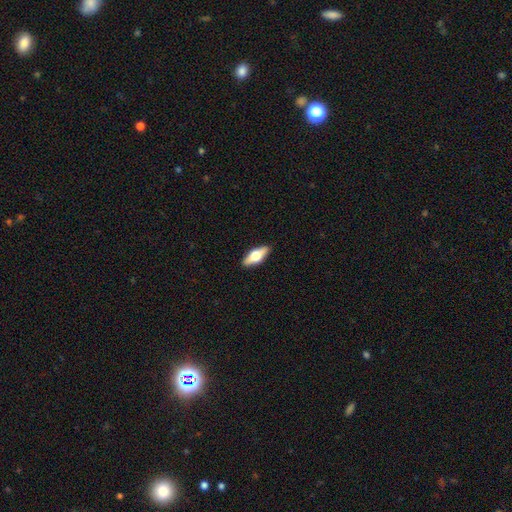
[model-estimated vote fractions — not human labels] Smooth or featured: smooth — 48% (featured or disk — 46%)
Merging: none — 89% (minor disturbance — 8%)